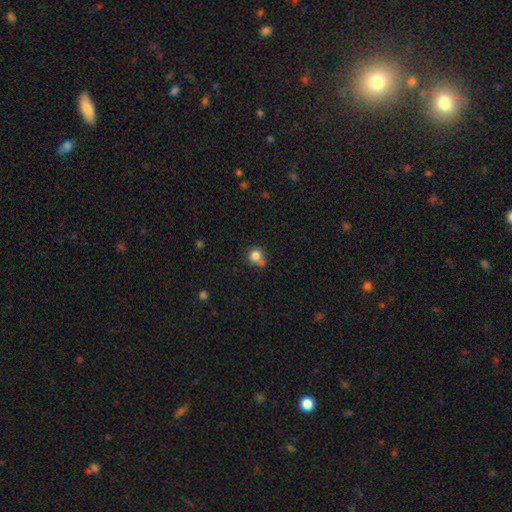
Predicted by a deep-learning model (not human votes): Morphology: type=smooth (81%); roundness=round (90%); merging=none (60%).